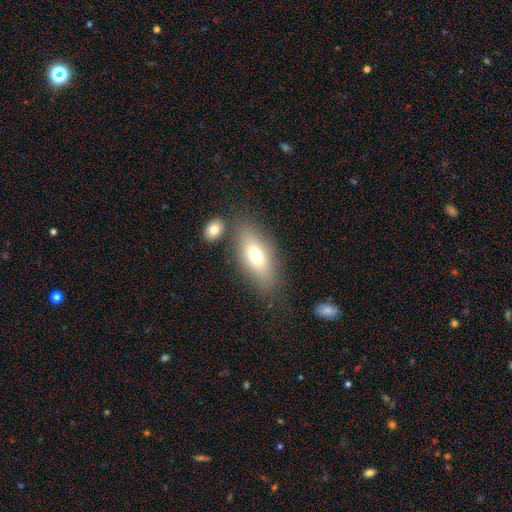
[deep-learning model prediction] smooth 69%, featured or disk 22%, star or artifact 9%. Down the decision tree: how rounded — in between (78%); merging — none (72%).